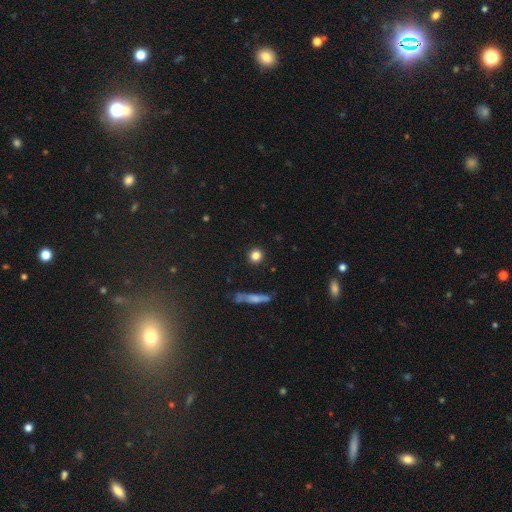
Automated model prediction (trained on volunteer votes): Smooth or featured: smooth — 82% (star or artifact — 11%)
How rounded: round — 91% (in between — 7%)
Merging: none — 89% (minor disturbance — 7%)